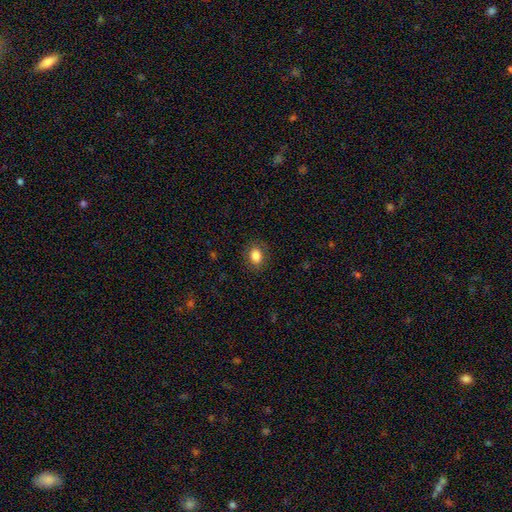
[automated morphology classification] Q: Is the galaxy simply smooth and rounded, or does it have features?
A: smooth — 85%.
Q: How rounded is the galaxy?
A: in between — 59%.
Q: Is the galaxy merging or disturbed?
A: none — 86%.